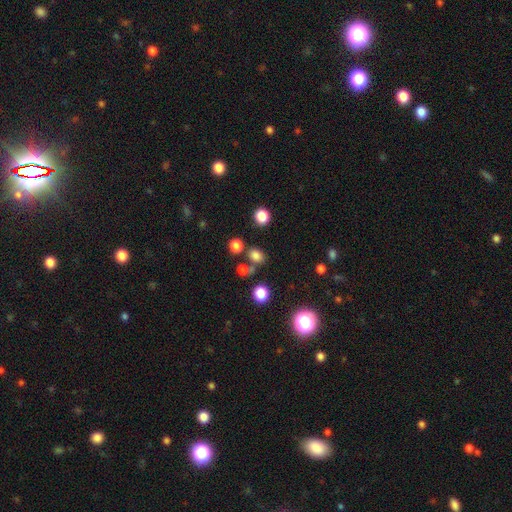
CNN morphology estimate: A smooth galaxy with no disk features (75%) that is round (53%). Merging: none (67%).